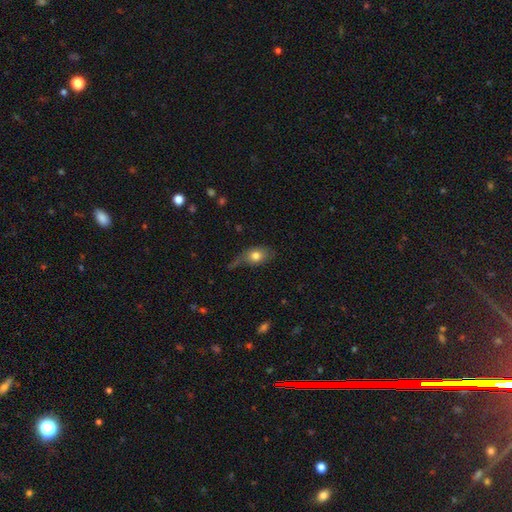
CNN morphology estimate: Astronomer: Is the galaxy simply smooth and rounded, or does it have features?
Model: smooth — 75%.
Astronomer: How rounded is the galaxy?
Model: in between — 78%.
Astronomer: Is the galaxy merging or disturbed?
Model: none — 44% (runner-up: minor disturbance, 31%).